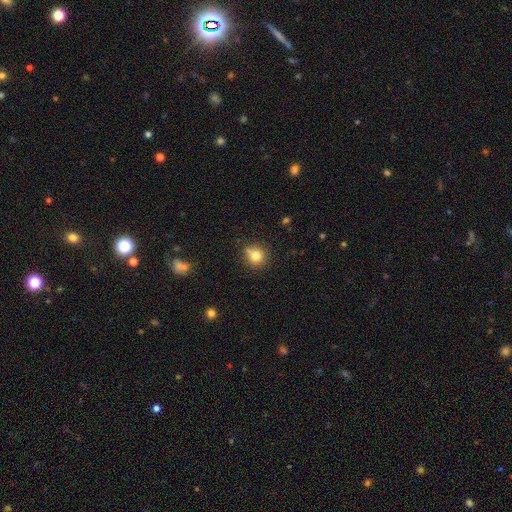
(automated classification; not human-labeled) This appears to be a smooth galaxy with no disk features (79%) that is round (84%). Merging: none (69%).